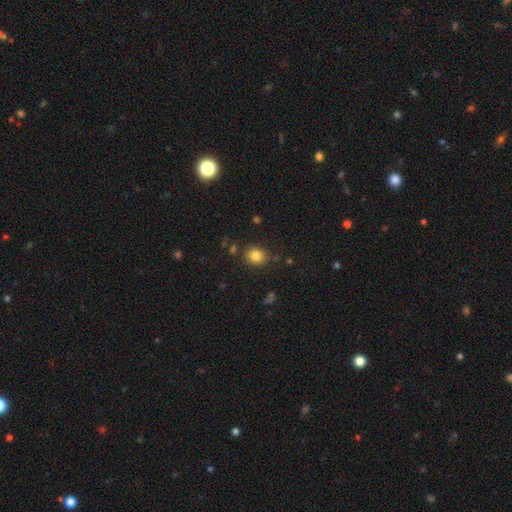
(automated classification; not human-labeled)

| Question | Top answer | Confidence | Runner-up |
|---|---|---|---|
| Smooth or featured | smooth | 83% | star or artifact (11%) |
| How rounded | round | 71% | in between (28%) |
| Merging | none | 82% | minor disturbance (12%) |